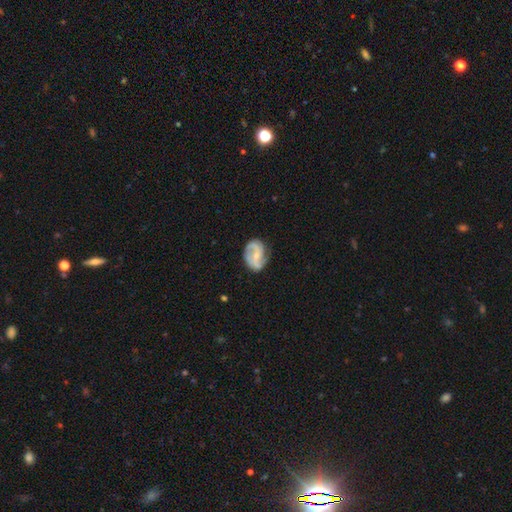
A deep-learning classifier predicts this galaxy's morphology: The model was most divided on "bar" (2-way tie): no: 42%, weak: 42%, strong: 16%. Remaining: edge-on disk — no (97%); spiral arms — yes (92%); spiral arm count — 2 (83%); smooth or featured — featured or disk (77%); merging — none (68%); bulge size — small (61%); spiral winding — medium (44%).